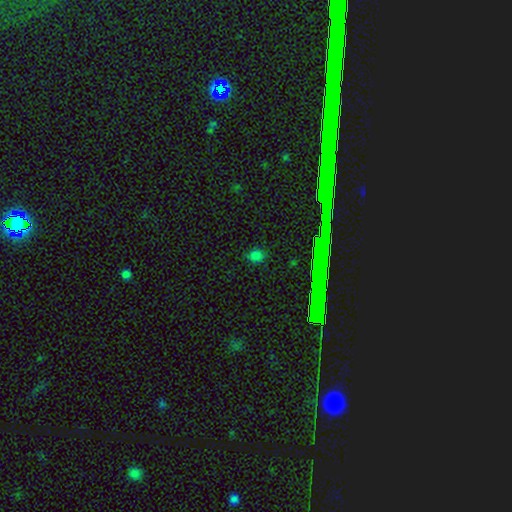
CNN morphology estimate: smooth_or_featured: smooth (p=0.69) [alt: star or artifact p=0.25]
how_rounded: round (p=0.70) [alt: in between p=0.28]
merging: none (p=0.84) [alt: minor disturbance p=0.11]